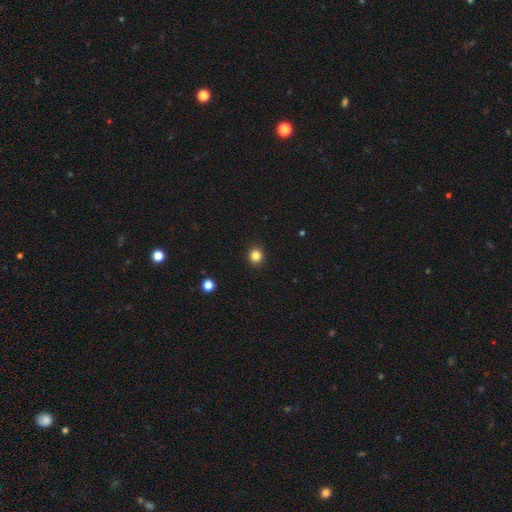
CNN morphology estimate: smooth-or-featured: smooth: 84% | star or artifact: 12% | featured or disk: 4%
  how-rounded: round: 84% | in between: 16% | cigar-shaped: 1%
  merging: none: 92% | minor disturbance: 6% | major disturbance: 2% | merger: 1%